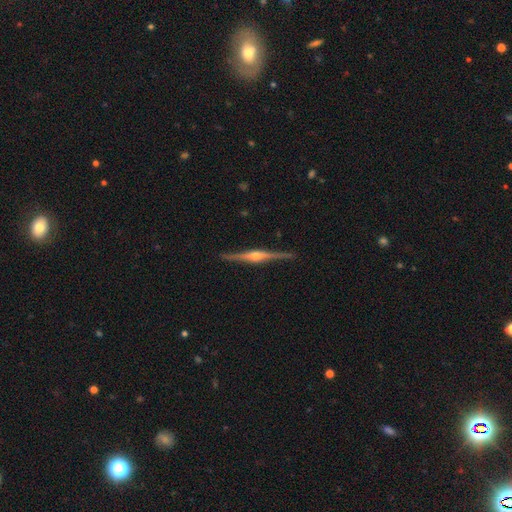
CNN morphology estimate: This is clearly a featured or disk galaxy (87%). It is clearly viewed edge-on (98%). Edge-on bulge: clearly rounded (91%). Merging: clearly none (91%).